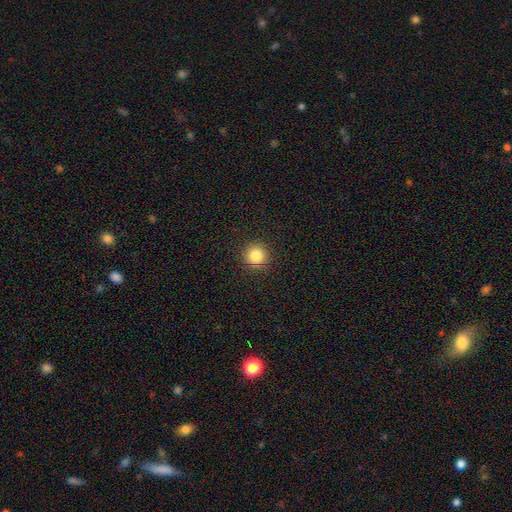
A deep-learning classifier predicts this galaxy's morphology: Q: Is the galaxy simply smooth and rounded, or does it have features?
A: smooth — 83%.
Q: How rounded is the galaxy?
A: round — 95%.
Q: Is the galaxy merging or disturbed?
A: none — 92%.